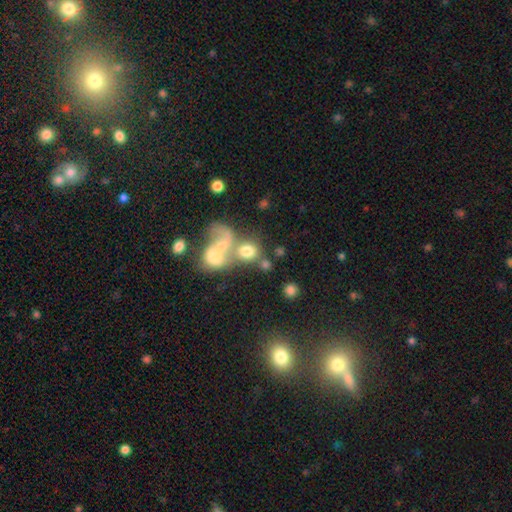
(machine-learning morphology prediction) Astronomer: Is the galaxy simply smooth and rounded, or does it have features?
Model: smooth — 49% (runner-up: featured or disk, 33%).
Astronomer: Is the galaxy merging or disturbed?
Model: merger — 61%.